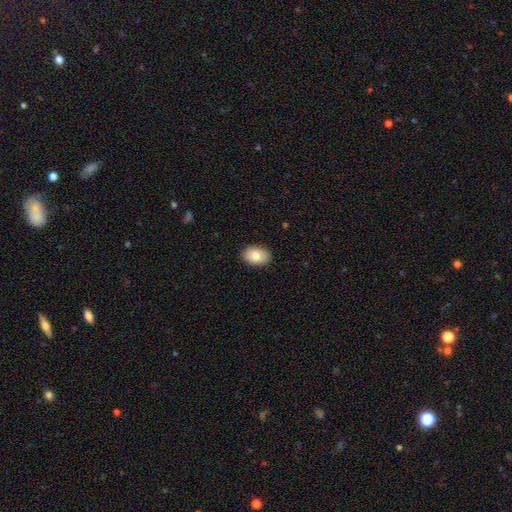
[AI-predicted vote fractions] Smooth or featured? Predicted: smooth (p=0.84). How rounded? Predicted: in between (p=0.87). Merging? Predicted: none (p=0.89).